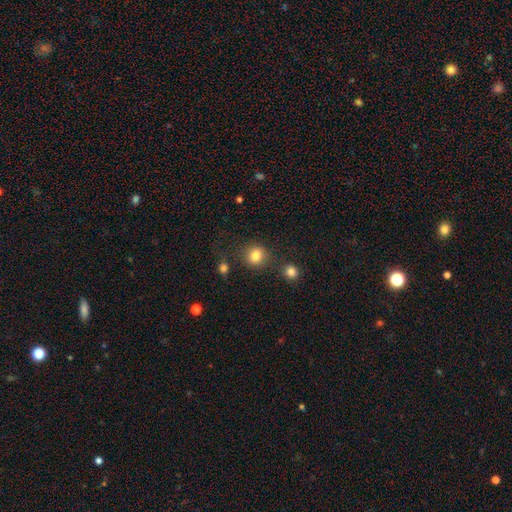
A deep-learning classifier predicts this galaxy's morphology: Overall: smooth (82%). How rounded: round (80%). Merging: none (78%).